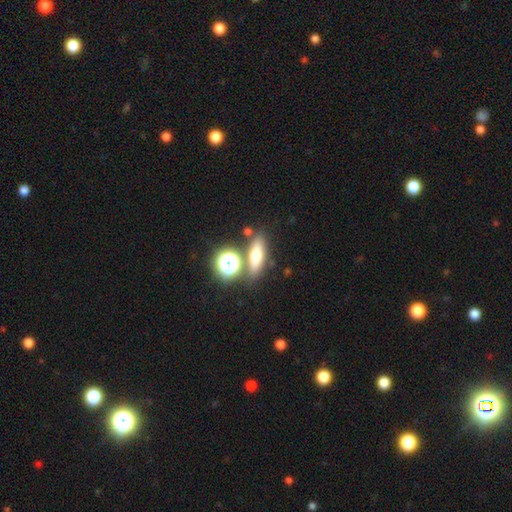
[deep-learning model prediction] This is possibly a smooth galaxy (60%). How rounded: marginally in between (45%). Merging: likely none (75%).